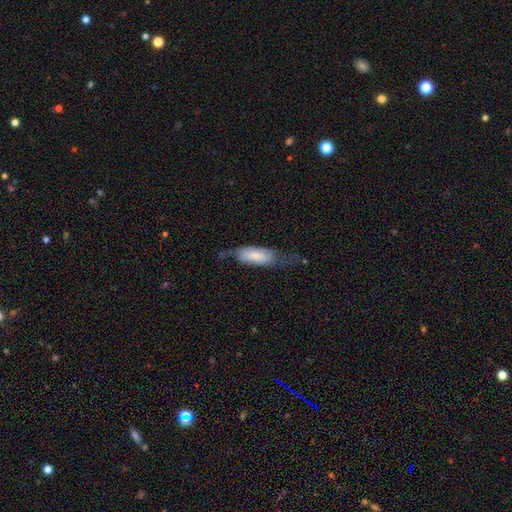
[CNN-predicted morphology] Smooth or featured? smooth (56%)
How rounded? in between (77%)
Merging? none (39%)